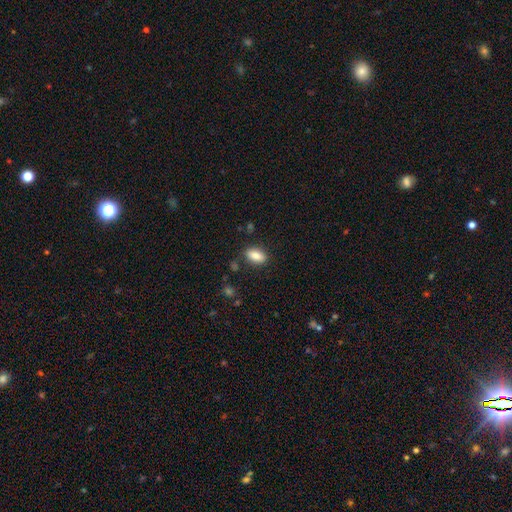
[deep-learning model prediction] Smooth or featured?
  - smooth: 85% *
  - star or artifact: 8%
  - featured or disk: 7%
How rounded?
  - in between: 89% *
  - cigar-shaped: 6%
  - round: 5%
Merging?
  - none: 84% *
  - minor disturbance: 11%
  - major disturbance: 3%
  - merger: 2%